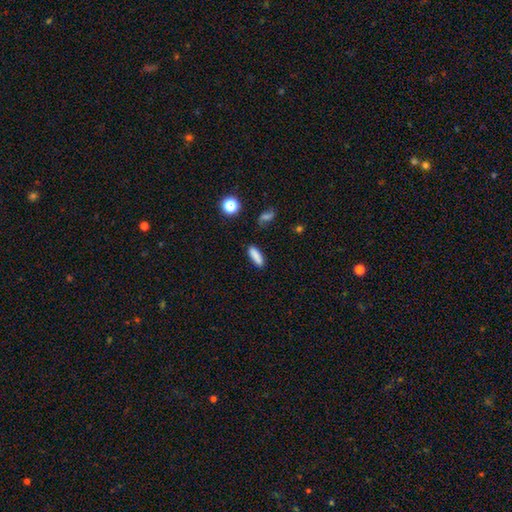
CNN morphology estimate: A smooth galaxy with no disk features (84%) that is cigar-shaped (55%).

Vote fractions:
- Smooth or featured? smooth: 84% / star or artifact: 8% / featured or disk: 7%
- How rounded? cigar-shaped: 55% / in between: 42% / round: 3%
- Merging? none: 82% / minor disturbance: 12% / merger: 3% / major disturbance: 3%